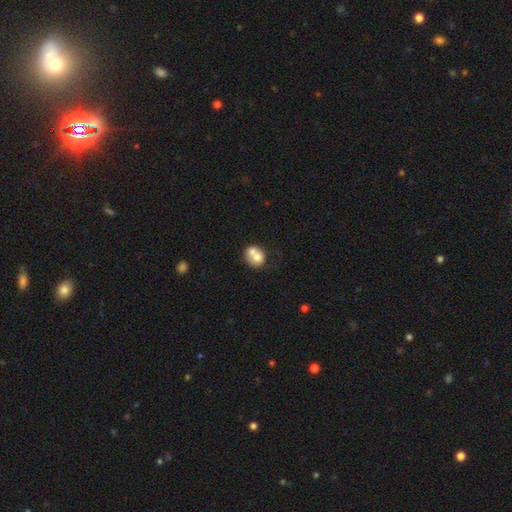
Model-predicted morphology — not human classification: type=smooth (67%); roundness=round (70%); merging=merger (57%).